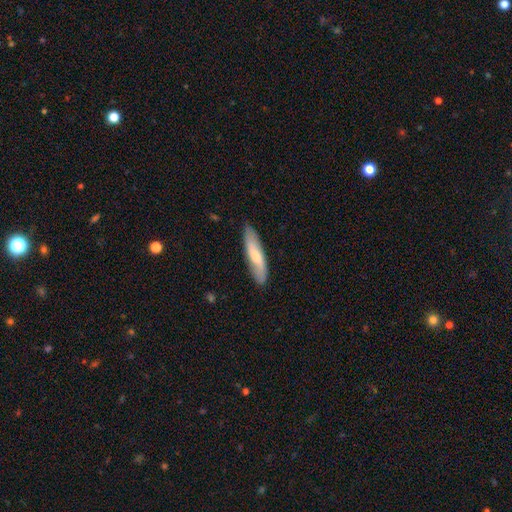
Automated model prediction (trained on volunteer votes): This is likely a smooth galaxy (60%). How rounded: likely cigar-shaped (73%). Merging: clearly none (85%).